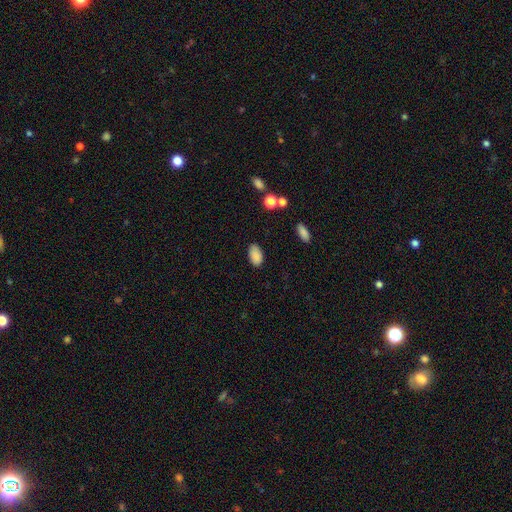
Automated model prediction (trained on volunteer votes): Smooth or featured: smooth — 87% (star or artifact — 9%)
How rounded: in between — 93% (round — 6%)
Merging: none — 84% (minor disturbance — 11%)